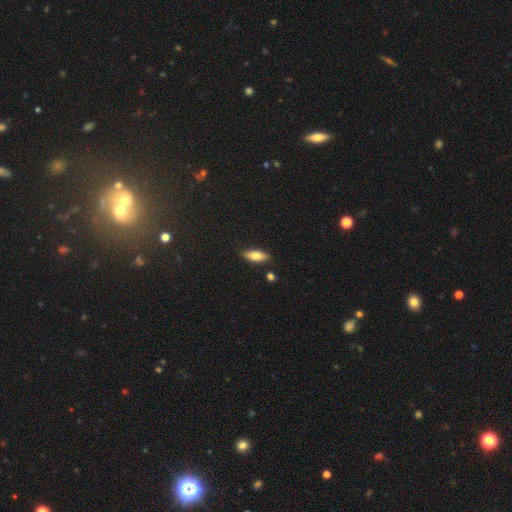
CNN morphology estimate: smooth-or-featured: smooth: 73% | featured or disk: 20% | star or artifact: 7%
  how-rounded: in between: 67% | cigar-shaped: 30% | round: 3%
  merging: none: 86% | minor disturbance: 10% | merger: 3% | major disturbance: 2%